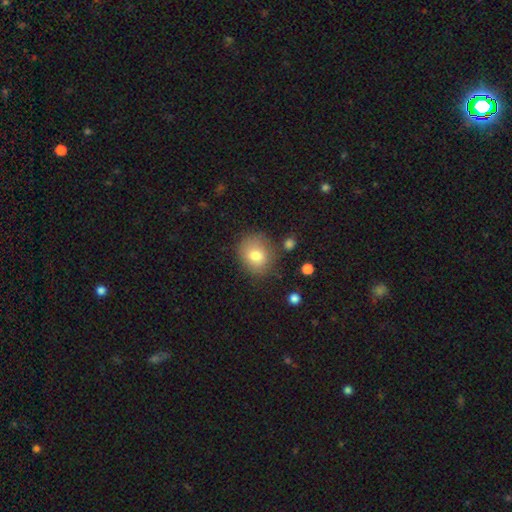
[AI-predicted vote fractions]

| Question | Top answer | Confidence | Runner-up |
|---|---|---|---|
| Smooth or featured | smooth | 78% | featured or disk (12%) |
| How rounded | round | 64% | in between (35%) |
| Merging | none | 73% | minor disturbance (17%) |